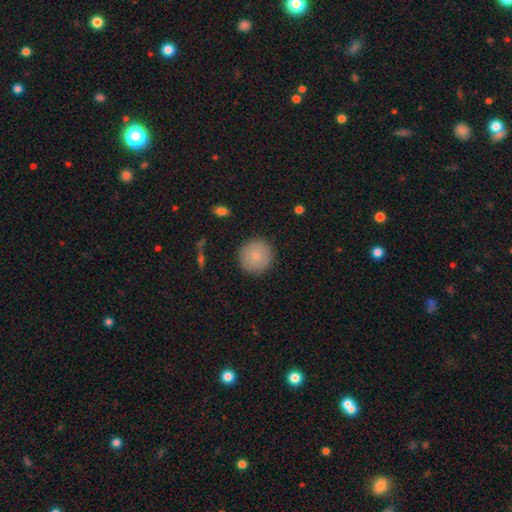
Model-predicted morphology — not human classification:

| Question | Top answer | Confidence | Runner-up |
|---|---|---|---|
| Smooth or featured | smooth | 85% | featured or disk (8%) |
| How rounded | round | 94% | in between (5%) |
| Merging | none | 90% | minor disturbance (7%) |